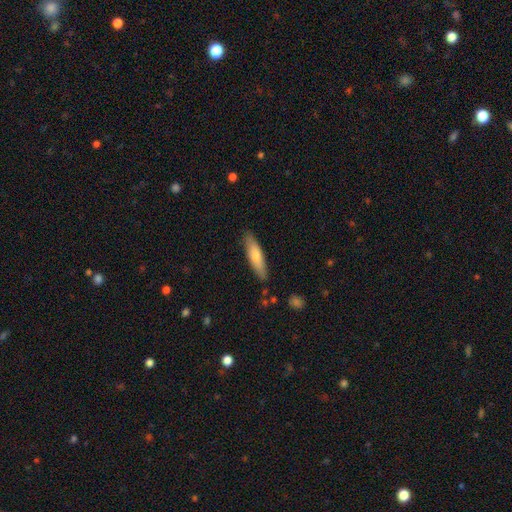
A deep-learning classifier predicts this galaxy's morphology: Smooth or featured? smooth (74%)
How rounded? cigar-shaped (73%)
Merging? none (85%)